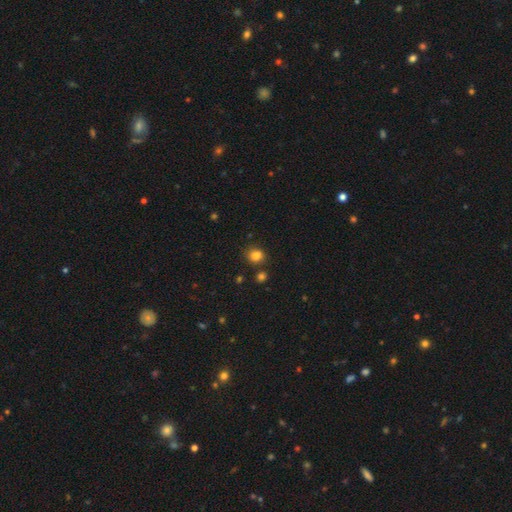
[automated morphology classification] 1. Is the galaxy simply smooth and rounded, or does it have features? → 81% smooth, 14% star or artifact, 5% featured or disk.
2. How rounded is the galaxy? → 69% round, 30% in between, 1% cigar-shaped.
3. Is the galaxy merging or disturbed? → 74% none, 13% minor disturbance, 9% merger, 4% major disturbance.